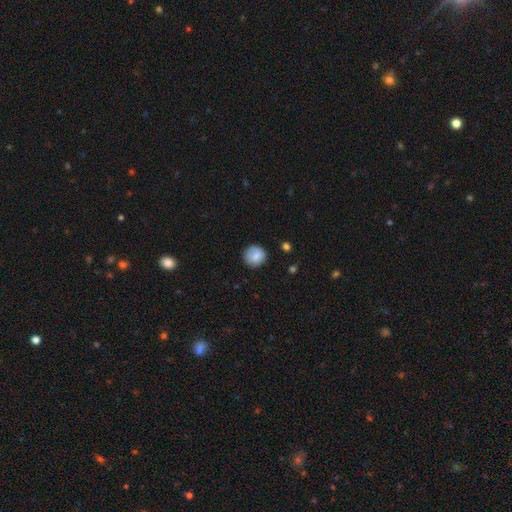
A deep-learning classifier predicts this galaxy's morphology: Smooth or featured? smooth (81%)
How rounded? round (91%)
Merging? none (83%)